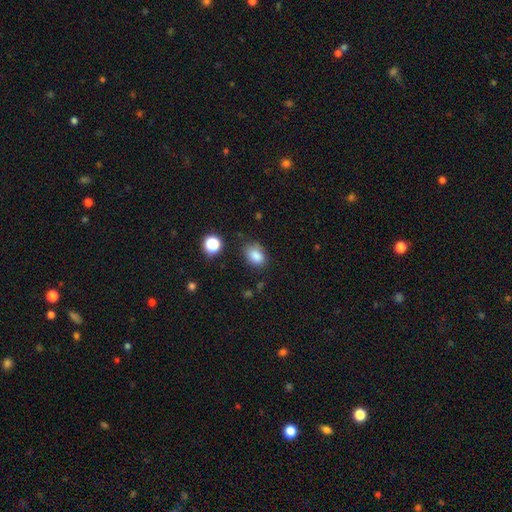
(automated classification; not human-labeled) Overall: smooth (83%). How rounded: in between (71%). Merging: none (71%).